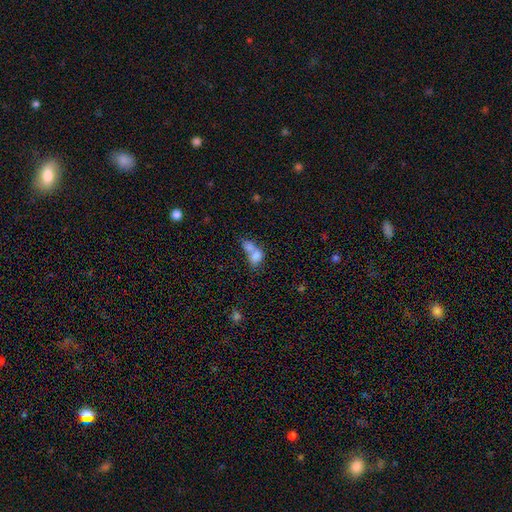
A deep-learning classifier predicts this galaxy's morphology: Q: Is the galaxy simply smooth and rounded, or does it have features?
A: smooth — 77%.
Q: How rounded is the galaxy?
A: in between — 74%.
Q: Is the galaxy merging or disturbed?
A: merger — 73%.